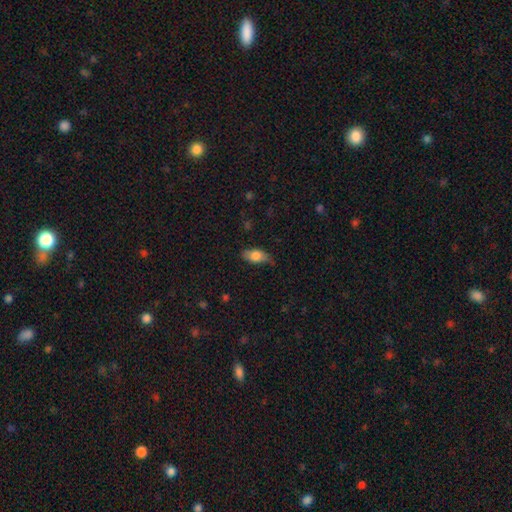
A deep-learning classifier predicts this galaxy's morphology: Smooth or featured? Predicted: smooth (p=0.75). How rounded? Predicted: in between (p=0.87). Merging? Predicted: none (p=0.67).